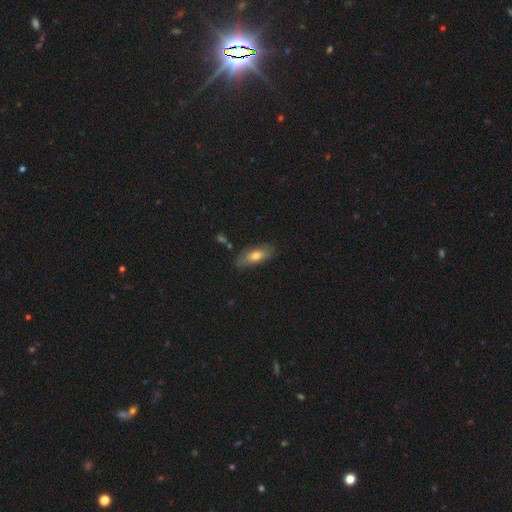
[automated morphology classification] smooth 70%, featured or disk 23%, star or artifact 7%. Down the decision tree: how rounded — in between (76%); merging — none (75%).